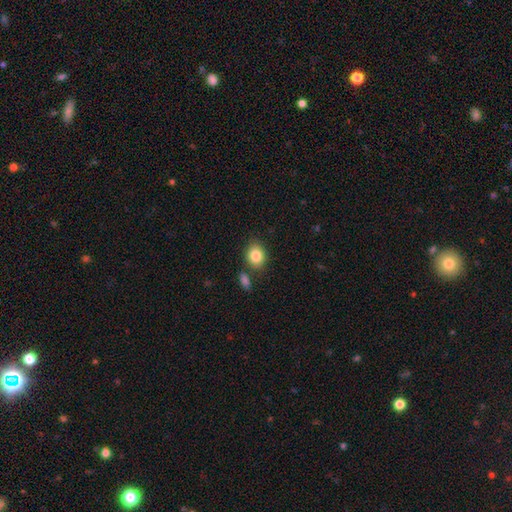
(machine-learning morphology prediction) type=smooth (85%); roundness=in between (52%); merging=none (75%).